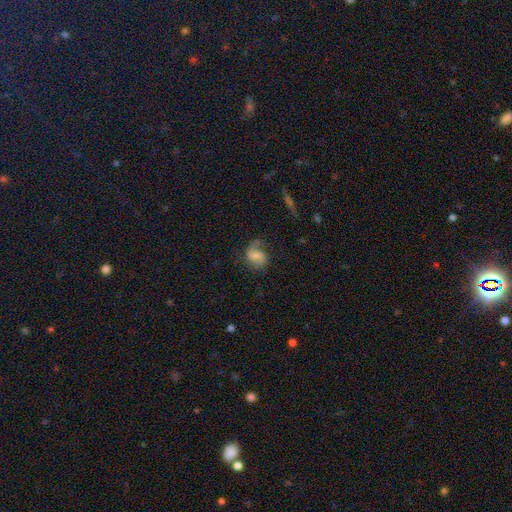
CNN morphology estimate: featured or disk 55%, smooth 36%, star or artifact 9%. Down the decision tree: edge-on disk — no (98%); bar — no (45%); spiral arms — yes (89%); bulge size — small (34%); merging — none (53%).